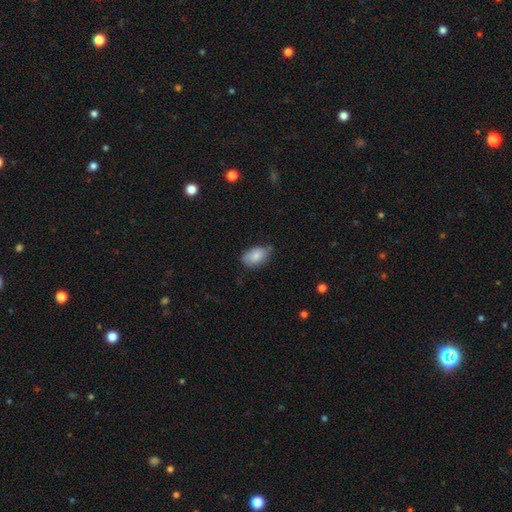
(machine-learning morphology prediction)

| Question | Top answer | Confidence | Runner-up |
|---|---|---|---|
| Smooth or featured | smooth | 83% | featured or disk (10%) |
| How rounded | in between | 89% | round (9%) |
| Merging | none | 65% | minor disturbance (29%) |